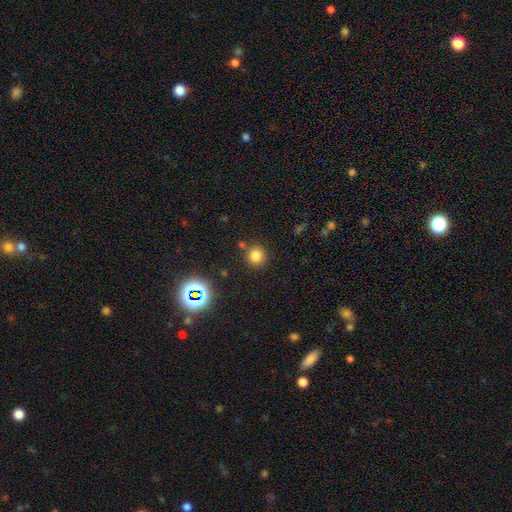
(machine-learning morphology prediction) smooth-or-featured: smooth: 77% | star or artifact: 17% | featured or disk: 6%
  how-rounded: round: 89% | in between: 10% | cigar-shaped: 1%
  merging: none: 79% | minor disturbance: 10% | merger: 7% | major disturbance: 3%